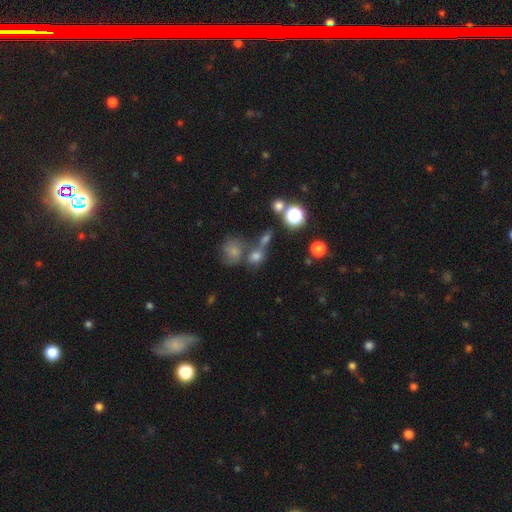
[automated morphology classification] The model was most divided on "merging": merger: 42%, none: 41%, minor disturbance: 11%, major disturbance: 7%. More confident: smooth or featured — smooth (65%); how rounded — round (60%).